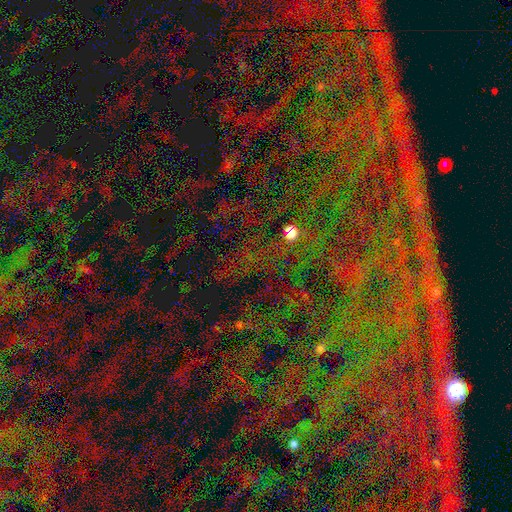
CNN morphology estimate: Smooth or featured: star or artifact — 83% (smooth — 8%)